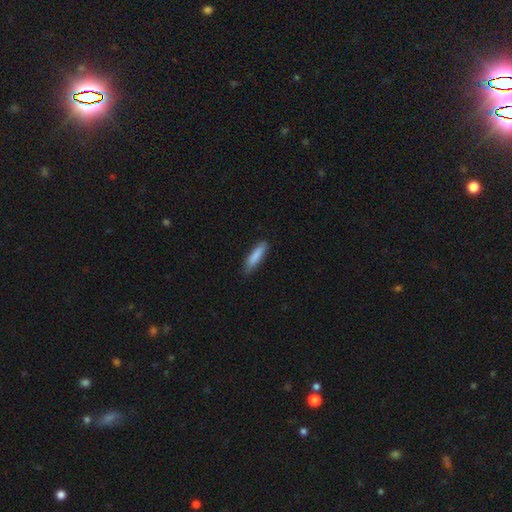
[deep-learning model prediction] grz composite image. It shows a smooth galaxy with no disk features (85%) that is cigar-shaped (75%). Merging: none (80%).